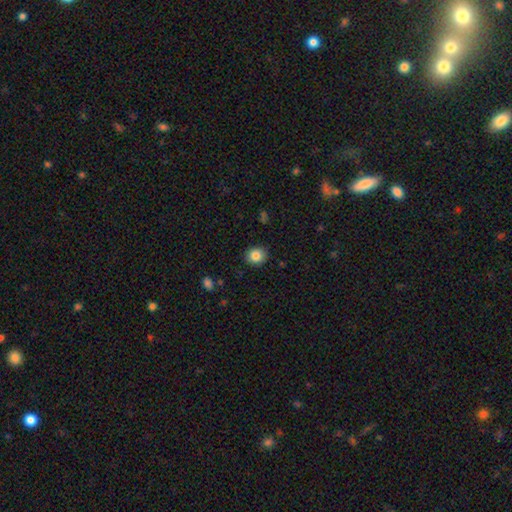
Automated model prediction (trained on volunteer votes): This is clearly a smooth galaxy (85%). How rounded: likely round (74%). Merging: clearly none (89%).